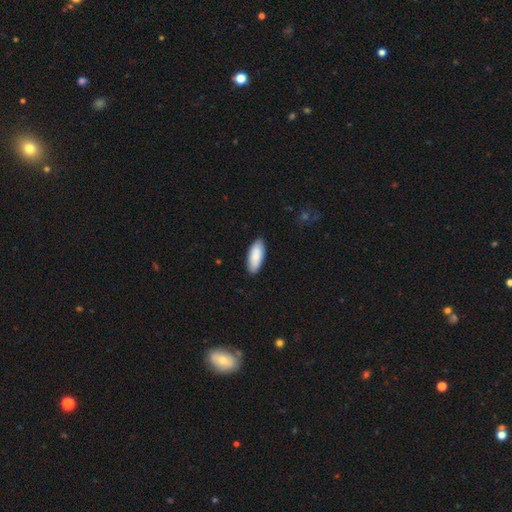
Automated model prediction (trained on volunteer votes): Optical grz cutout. It shows a smooth galaxy with no disk features (86%) that is in between round and cigar-shaped (82%). Merging: none (87%).